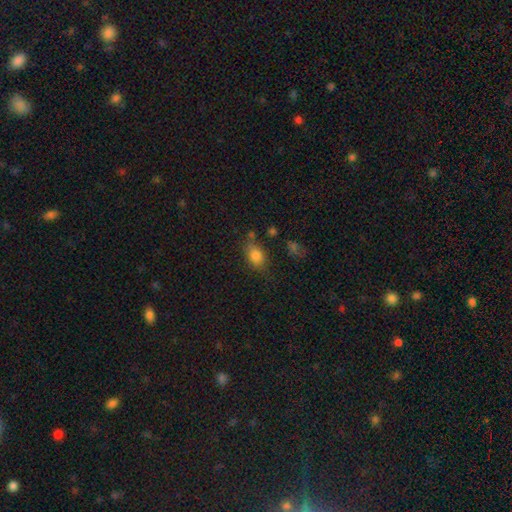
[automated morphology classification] This is clearly a smooth galaxy (81%). How rounded: likely in between (76%). Merging: likely none (67%).